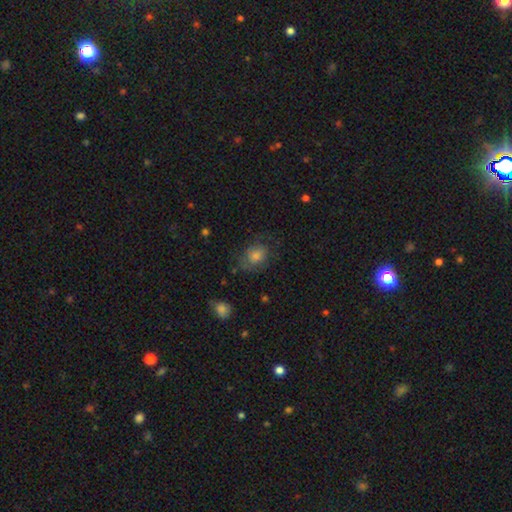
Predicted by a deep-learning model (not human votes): The model was most divided on "how rounded": in between: 51%, round: 47%, cigar-shaped: 1%. More confident: merging — none (63%); smooth or featured — smooth (62%).